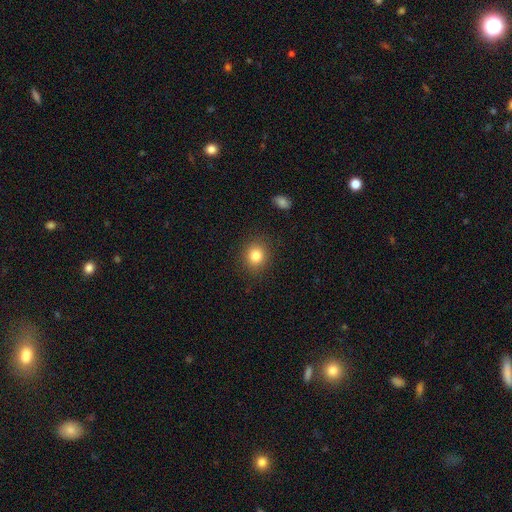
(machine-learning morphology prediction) Smooth or featured?
  - smooth: 83% *
  - star or artifact: 11%
  - featured or disk: 6%
How rounded?
  - round: 79% *
  - in between: 21%
  - cigar-shaped: 1%
Merging?
  - none: 89% *
  - minor disturbance: 8%
  - major disturbance: 3%
  - merger: 1%